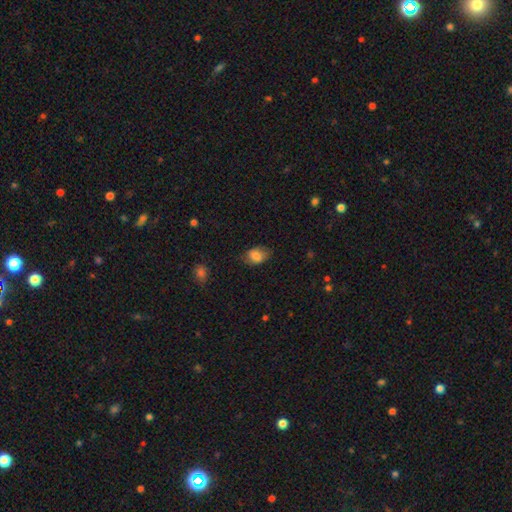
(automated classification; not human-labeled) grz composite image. It shows a smooth galaxy with no disk features (80%) that is in between round and cigar-shaped (78%). Merging: none (66%).